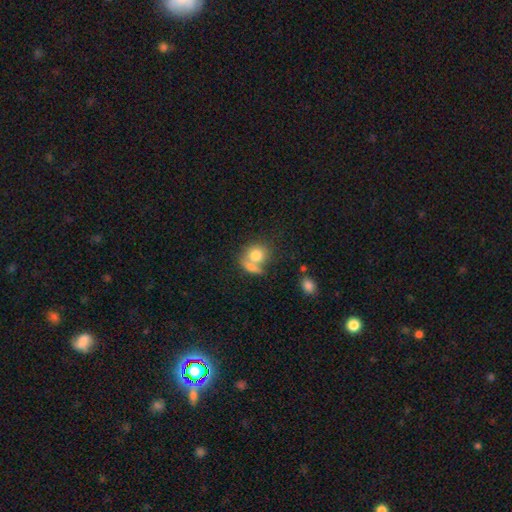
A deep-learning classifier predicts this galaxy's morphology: Smooth or featured? smooth (77%)
How rounded? round (67%)
Merging? merger (49%)